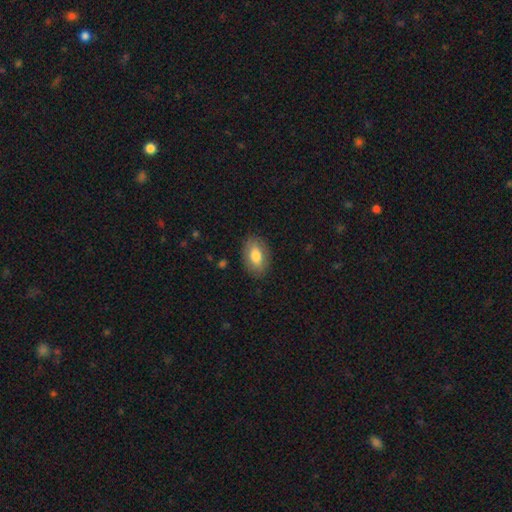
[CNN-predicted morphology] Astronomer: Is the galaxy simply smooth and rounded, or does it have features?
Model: smooth — 75%.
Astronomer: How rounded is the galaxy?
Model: in between — 90%.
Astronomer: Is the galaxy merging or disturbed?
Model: none — 85%.